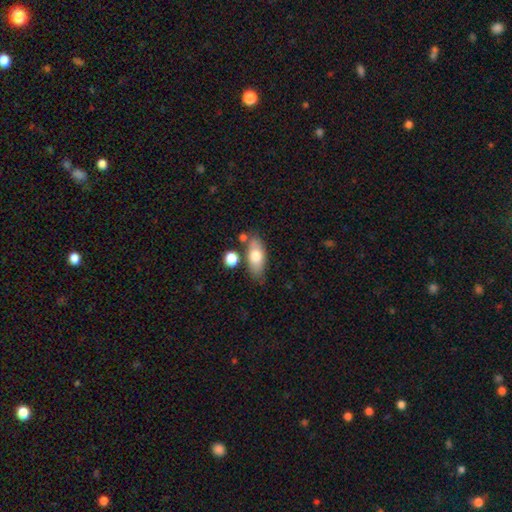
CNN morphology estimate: A smooth galaxy with no disk features (71%) that is in between round and cigar-shaped (80%). Merging: none (70%).